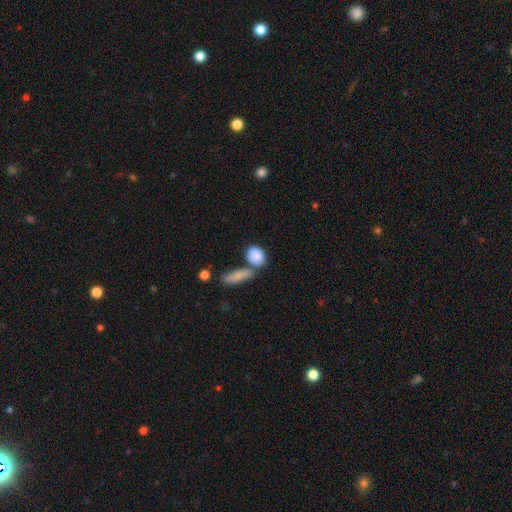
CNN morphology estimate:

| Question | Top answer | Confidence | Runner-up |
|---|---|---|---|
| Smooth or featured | smooth | 85% | featured or disk (8%) |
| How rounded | in between | 62% | round (32%) |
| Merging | none | 55% | merger (26%) |